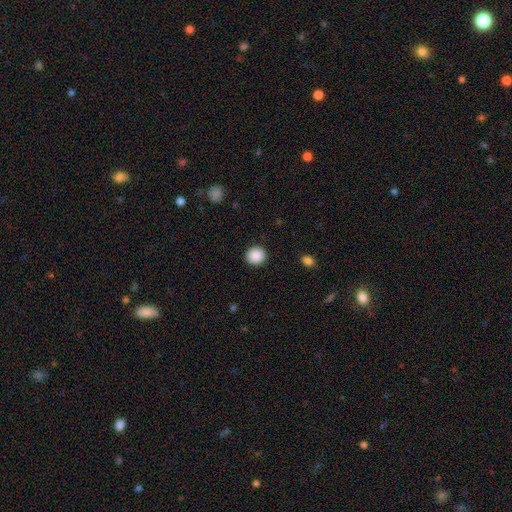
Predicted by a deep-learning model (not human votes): Overall: smooth (89%). How rounded: round (92%). Merging: none (92%).